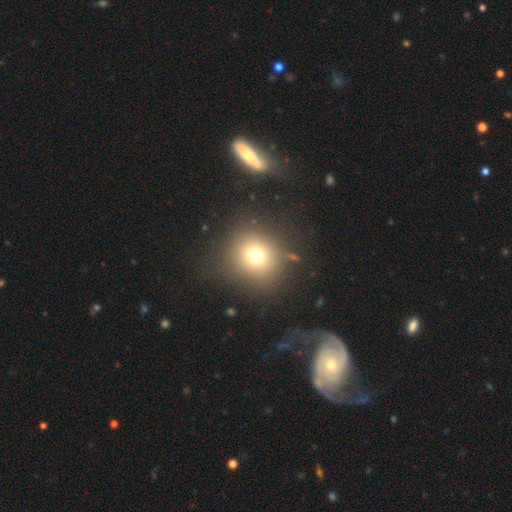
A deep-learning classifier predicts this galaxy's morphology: Smooth or featured? Predicted: smooth (p=0.72). How rounded? Predicted: round (p=0.87). Merging? Predicted: none (p=0.82).